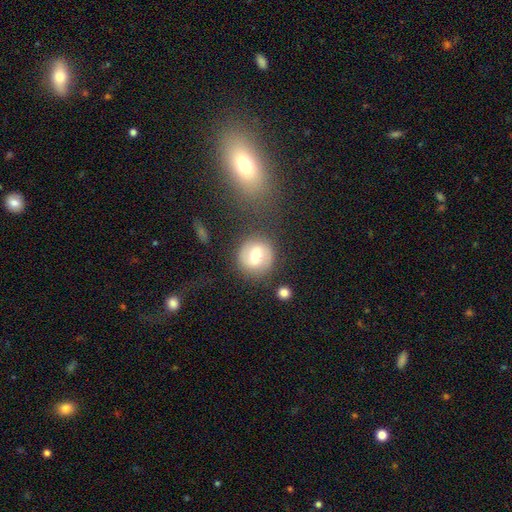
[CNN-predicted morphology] Q: Smooth or featured?
A: smooth (51%); runner-up: featured or disk (41%)
Q: How rounded?
A: round (86%); runner-up: in between (13%)
Q: Merging?
A: none (79%); runner-up: minor disturbance (12%)